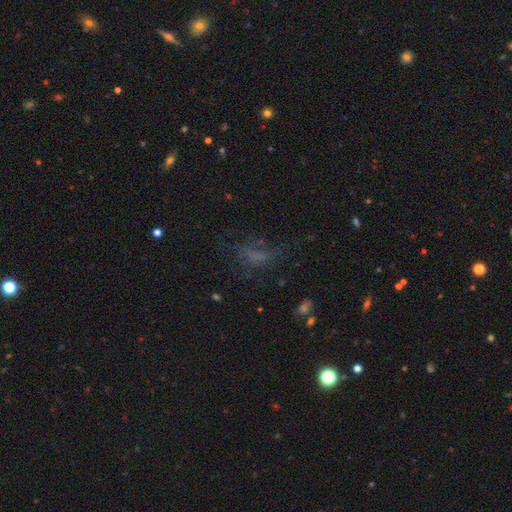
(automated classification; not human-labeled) A smooth galaxy with no disk features (43%). Merging: none (47%).